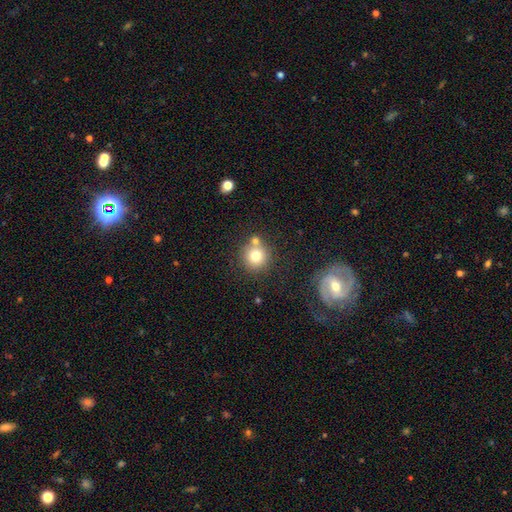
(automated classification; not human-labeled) smooth 76%, featured or disk 12%, star or artifact 11%. Down the decision tree: how rounded — round (92%); merging — none (66%).